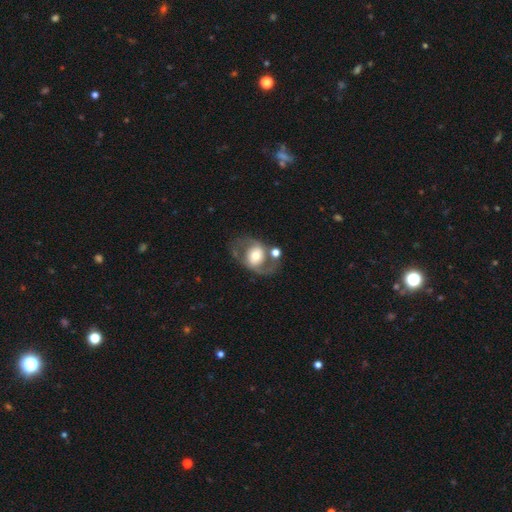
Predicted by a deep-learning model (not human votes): The model was most divided on "bar": no: 60%, weak: 28%, strong: 12%. More confident: edge-on disk — no (96%); spiral arms — yes (68%); smooth or featured — featured or disk (67%); bulge size — moderate (60%); merging — none (55%).